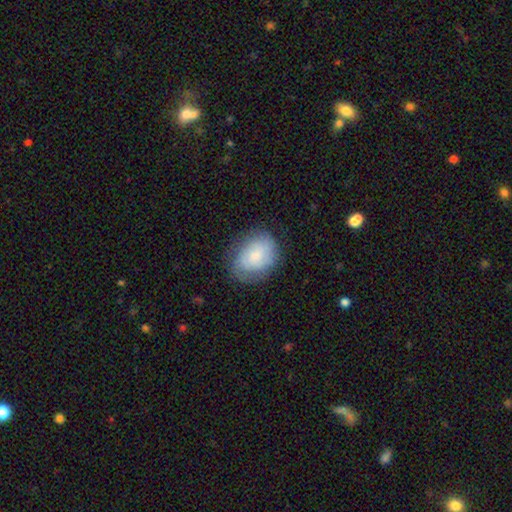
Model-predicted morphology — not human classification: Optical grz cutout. It shows a smooth galaxy with no disk features (65%) that is in between round and cigar-shaped (62%). Merging: none (71%).